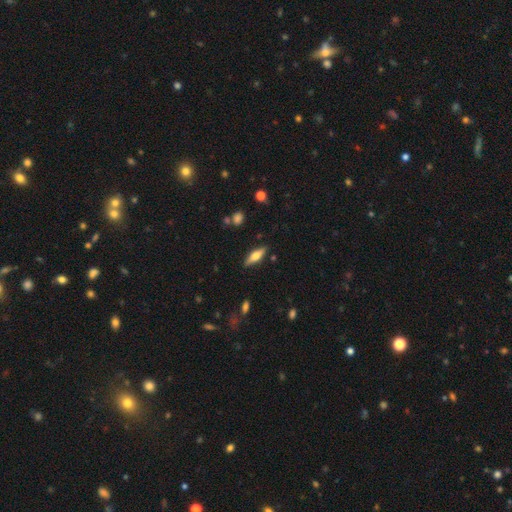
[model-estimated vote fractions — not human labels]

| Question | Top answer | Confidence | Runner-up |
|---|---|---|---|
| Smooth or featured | featured or disk | 50% | smooth (43%) |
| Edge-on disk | yes | 93% | no (7%) |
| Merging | none | 86% | minor disturbance (10%) |